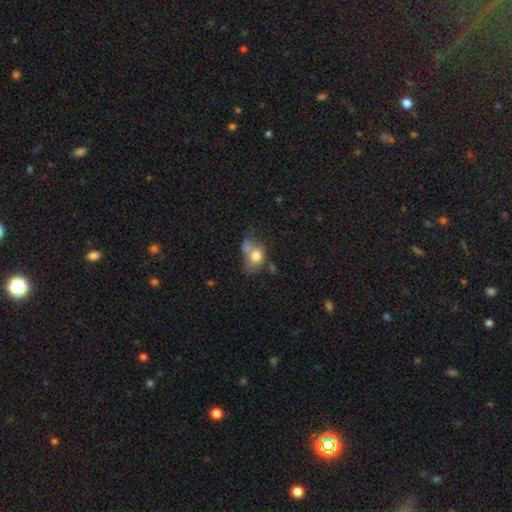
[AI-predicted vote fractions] Smooth or featured?
  - smooth: 69% *
  - featured or disk: 21%
  - star or artifact: 10%
How rounded?
  - in between: 66% *
  - round: 32%
  - cigar-shaped: 2%
Merging?
  - major disturbance: 29% *
  - minor disturbance: 25%
  - merger: 24%
  - none: 23%